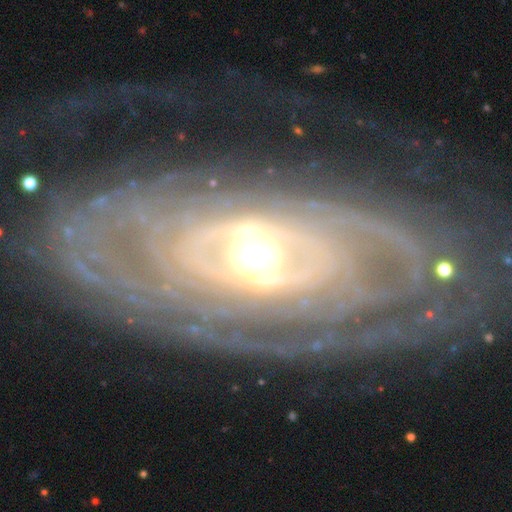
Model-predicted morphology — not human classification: Smooth or featured? featured or disk (88%)
Edge-on disk? no (88%)
Bar? no (52%)
Spiral arms? yes (84%)
Spiral winding? tight (74%)
Spiral arm count? can't tell (43%)
Bulge size? moderate (68%)
Merging? none (74%)